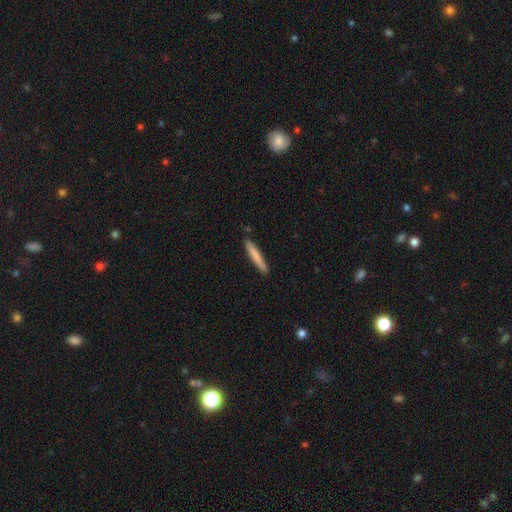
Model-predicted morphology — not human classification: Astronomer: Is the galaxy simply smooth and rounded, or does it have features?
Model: smooth — 78%.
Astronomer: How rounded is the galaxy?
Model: cigar-shaped — 95%.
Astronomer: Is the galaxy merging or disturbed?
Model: none — 87%.